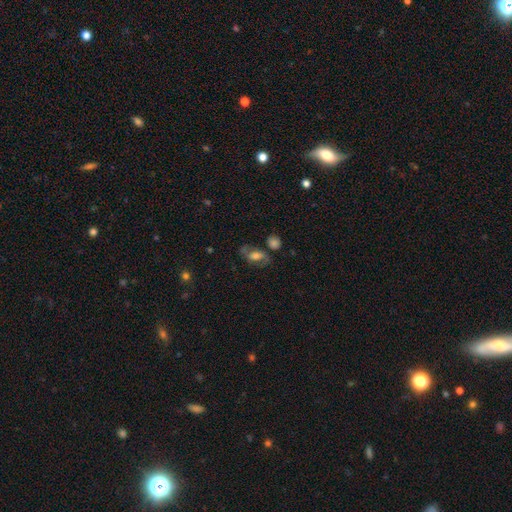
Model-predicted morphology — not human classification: A smooth galaxy with no disk features (45%). Merging: none (56%).